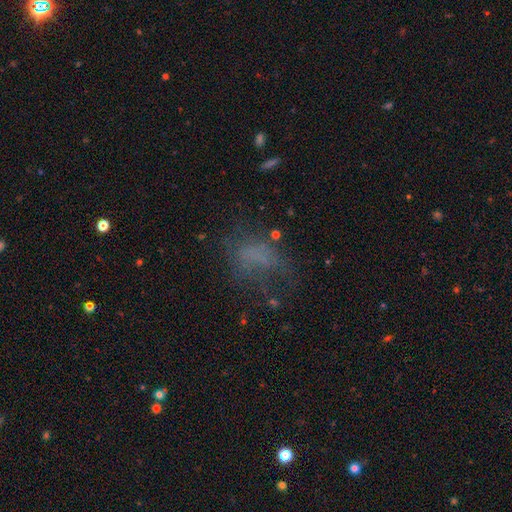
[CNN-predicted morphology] A smooth galaxy with no disk features (46%). Merging: none (40%).